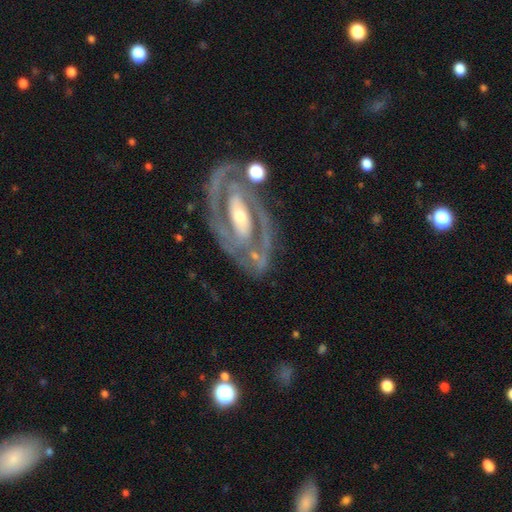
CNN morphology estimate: A featured or disk galaxy (88%) with a strong bar (37%), 2 (83%) tight (55%) spiral arms (90%) and a moderate central bulge (46%, tied with small). Merging: none (74%).